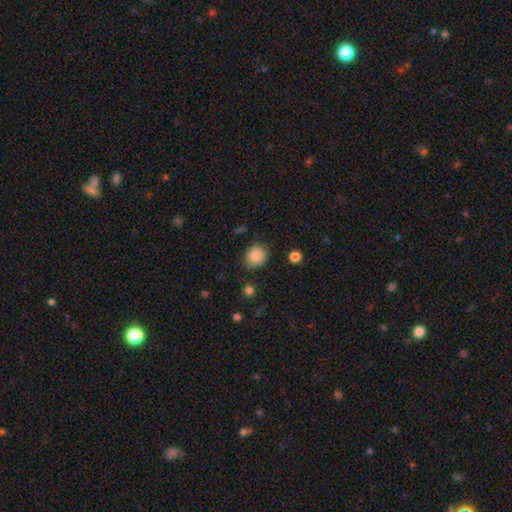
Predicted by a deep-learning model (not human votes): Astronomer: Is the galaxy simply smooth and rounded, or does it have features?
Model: smooth — 86%.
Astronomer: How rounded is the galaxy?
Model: round — 72%.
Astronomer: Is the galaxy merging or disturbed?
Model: none — 76%.